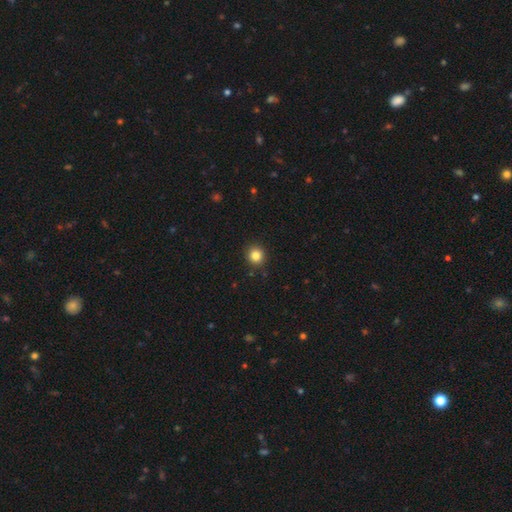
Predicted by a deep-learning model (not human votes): The model was most divided on "smooth or featured": smooth: 84%, star or artifact: 12%, featured or disk: 5%. More confident: how rounded — round (92%); merging — none (91%).